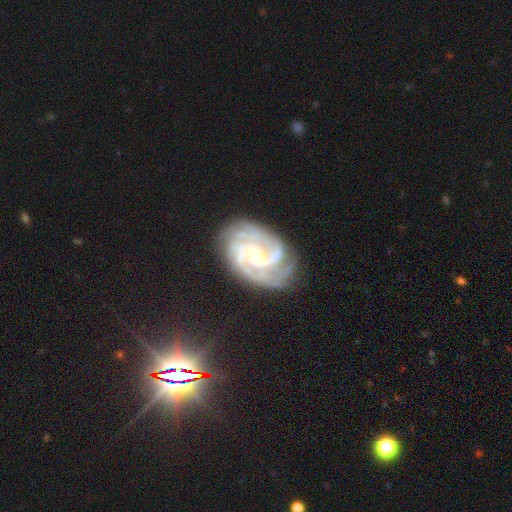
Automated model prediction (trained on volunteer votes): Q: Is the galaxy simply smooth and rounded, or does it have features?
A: featured or disk — 90%.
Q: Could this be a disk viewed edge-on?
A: no — 98%.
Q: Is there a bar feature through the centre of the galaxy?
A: weak — 44%.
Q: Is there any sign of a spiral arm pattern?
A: yes — 98%.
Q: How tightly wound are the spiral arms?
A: tight — 53%.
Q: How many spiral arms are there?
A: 3 — 31%.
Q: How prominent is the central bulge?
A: small — 69%.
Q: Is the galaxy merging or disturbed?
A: none — 73%.